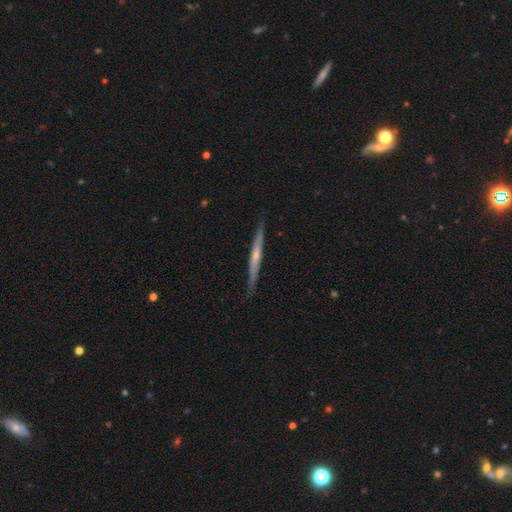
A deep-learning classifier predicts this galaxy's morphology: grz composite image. It shows a featured or disk galaxy (61%) viewed edge-on (97%) with no central bulge (53%). Merging: none (88%).